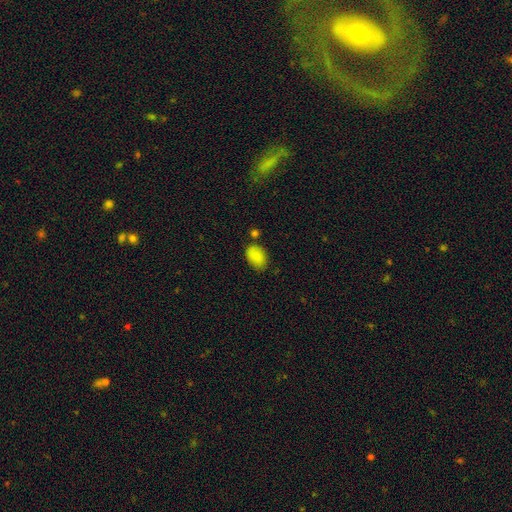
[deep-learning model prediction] This is clearly a smooth galaxy (87%). How rounded: clearly in between (84%). Merging: likely none (70%).